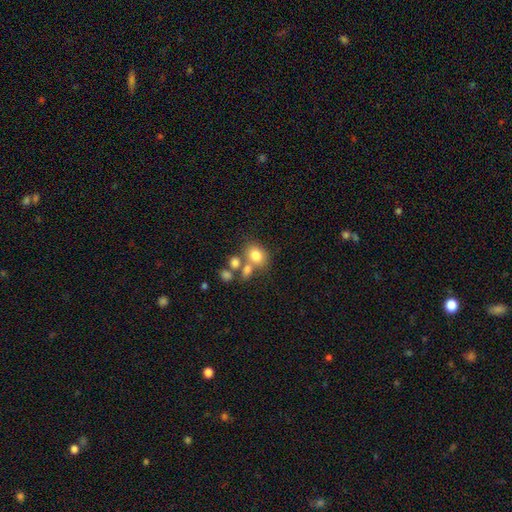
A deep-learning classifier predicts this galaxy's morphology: Overall: smooth (76%). How rounded: round (51%; in between 48%). Merging: none (51%; merger 31%).